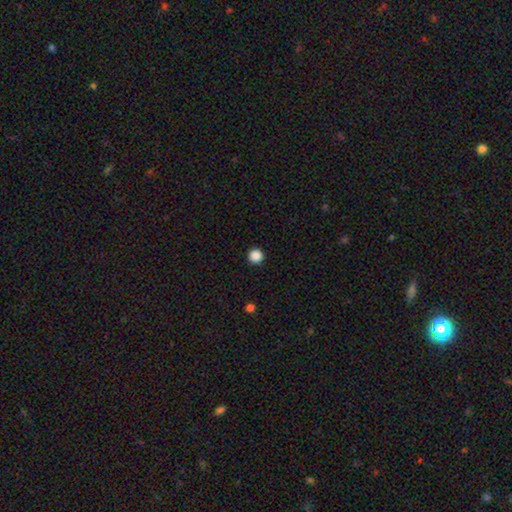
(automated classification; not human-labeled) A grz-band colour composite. It shows a smooth galaxy with no disk features (88%) that is round (96%). Merging: none (94%).